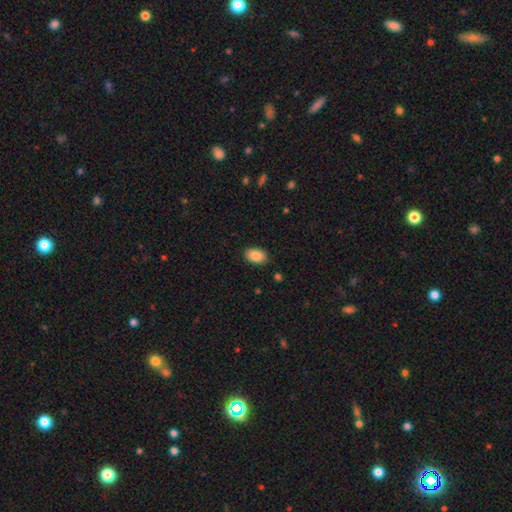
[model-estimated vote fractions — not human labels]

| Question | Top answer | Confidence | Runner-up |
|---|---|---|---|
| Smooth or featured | smooth | 88% | star or artifact (7%) |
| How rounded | in between | 89% | round (10%) |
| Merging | none | 88% | minor disturbance (9%) |